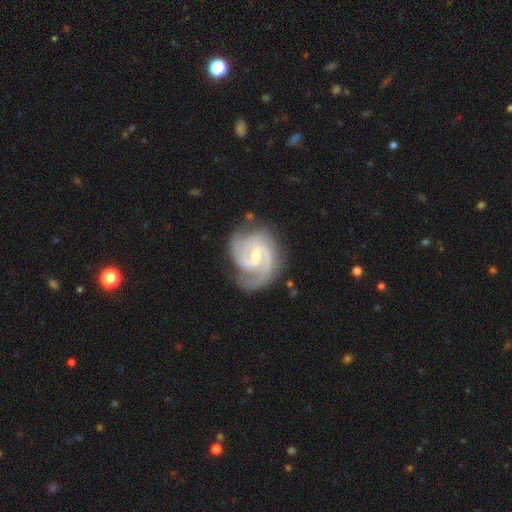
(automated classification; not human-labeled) Smooth or featured?
  - featured or disk: 92% *
  - smooth: 4%
  - star or artifact: 4%
Edge-on disk?
  - no: 98% *
  - yes: 2%
Bar?
  - weak: 59% *
  - no: 23%
  - strong: 19%
Spiral arms?
  - yes: 98% *
  - no: 2%
Spiral winding?
  - tight: 52% *
  - medium: 42%
  - loose: 6%
Spiral arm count?
  - 2: 68% *
  - 3: 17%
  - can't tell: 7%
  - 1: 3%
  - 4: 3%
  - more than 4: 2%
Bulge size?
  - moderate: 49% *
  - small: 48%
  - large: 2%
  - none: 1%
  - dominant: 1%
Merging?
  - none: 72% *
  - minor disturbance: 19%
  - major disturbance: 7%
  - merger: 2%